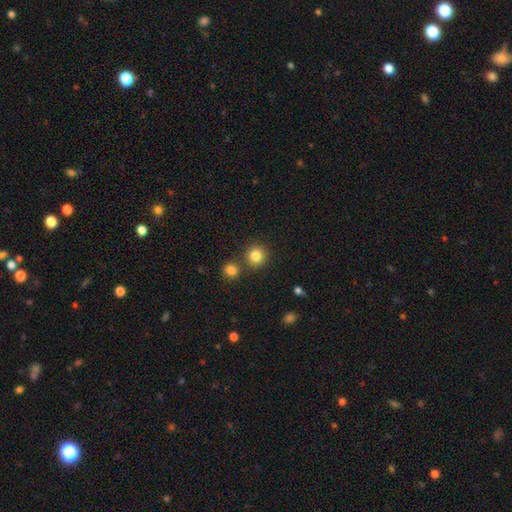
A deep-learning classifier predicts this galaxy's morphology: Smooth or featured? Predicted: smooth (p=0.84). How rounded? Predicted: round (p=0.91). Merging? Predicted: none (p=0.77).